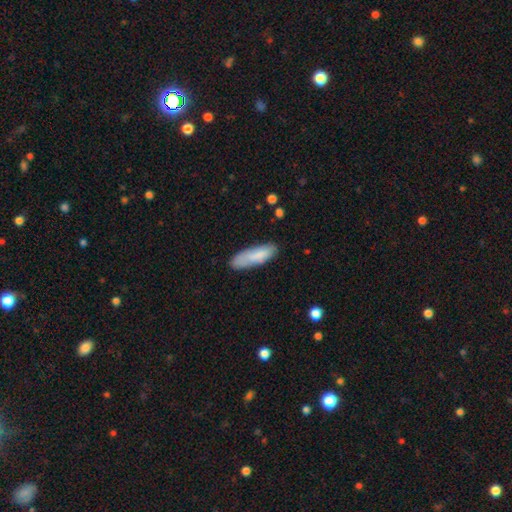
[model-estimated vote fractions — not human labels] smooth_or_featured: smooth (p=0.81) [alt: featured or disk p=0.13]
how_rounded: cigar-shaped (p=0.50) [alt: in between p=0.49]
merging: none (p=0.71) [alt: minor disturbance p=0.21]